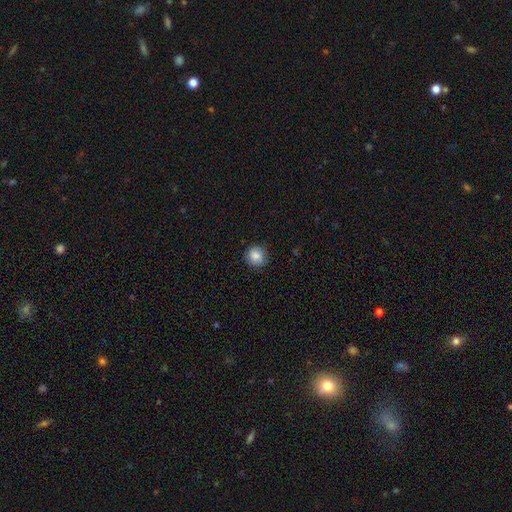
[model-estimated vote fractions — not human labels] This appears to be a smooth galaxy with no disk features (85%) that is round (88%). Merging: none (87%).